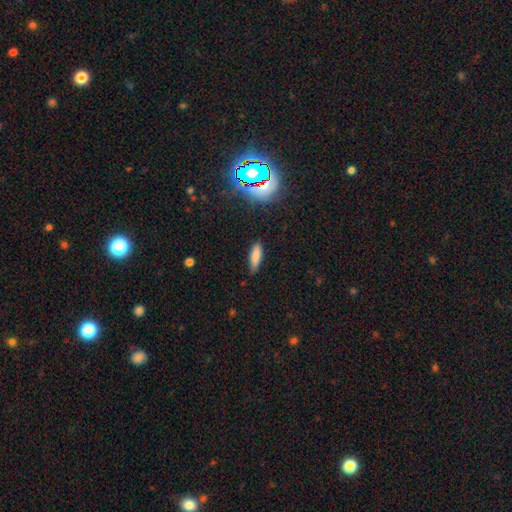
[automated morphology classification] smooth-or-featured: smooth: 80% | star or artifact: 10% | featured or disk: 9%
  how-rounded: in between: 50% | cigar-shaped: 48% | round: 2%
  merging: none: 79% | minor disturbance: 16% | major disturbance: 3% | merger: 2%